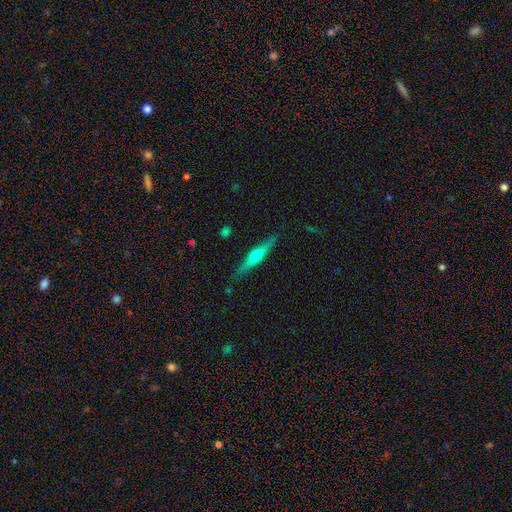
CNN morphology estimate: Smooth or featured: featured or disk — 57% (smooth — 37%)
Edge-on disk: yes — 96% (no — 4%)
Edge-on bulge: rounded — 82% (boxy — 11%)
Merging: none — 86% (minor disturbance — 10%)